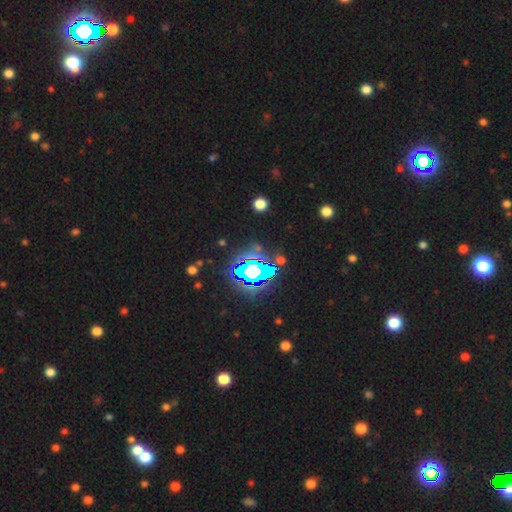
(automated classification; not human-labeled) Smooth or featured? star or artifact (84%)